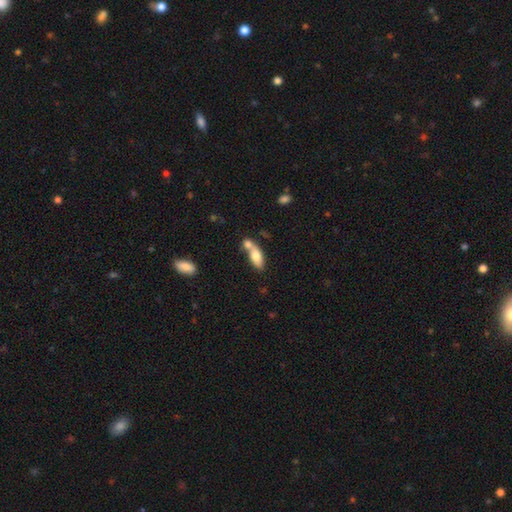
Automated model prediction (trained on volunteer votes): Smooth or featured? smooth (74%)
How rounded? in between (81%)
Merging? merger (53%)